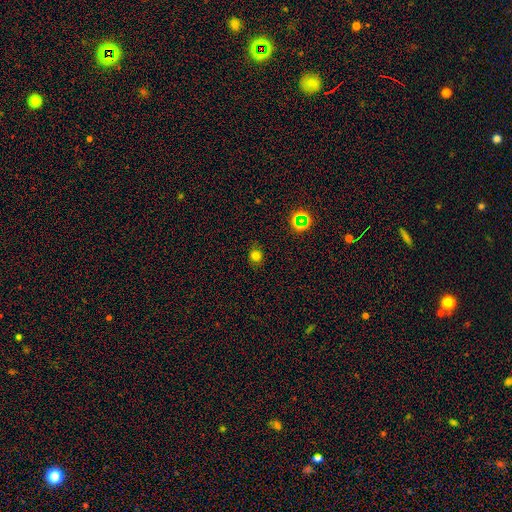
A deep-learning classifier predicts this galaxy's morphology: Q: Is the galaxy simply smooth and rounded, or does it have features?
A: smooth — 74%.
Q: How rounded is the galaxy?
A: round — 81%.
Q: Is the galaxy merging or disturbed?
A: none — 82%.